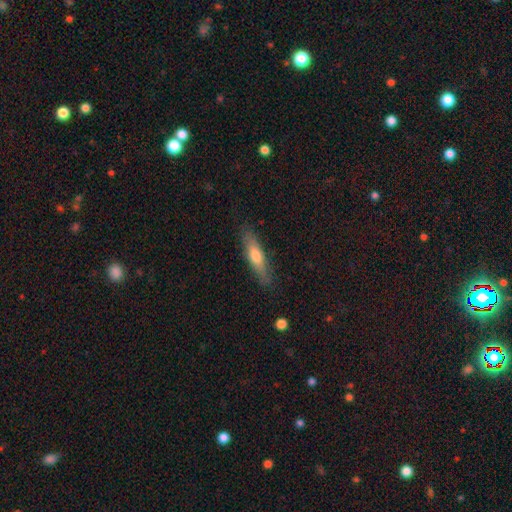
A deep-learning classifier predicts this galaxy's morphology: type=smooth (58%); roundness=cigar-shaped (78%); merging=none (85%).